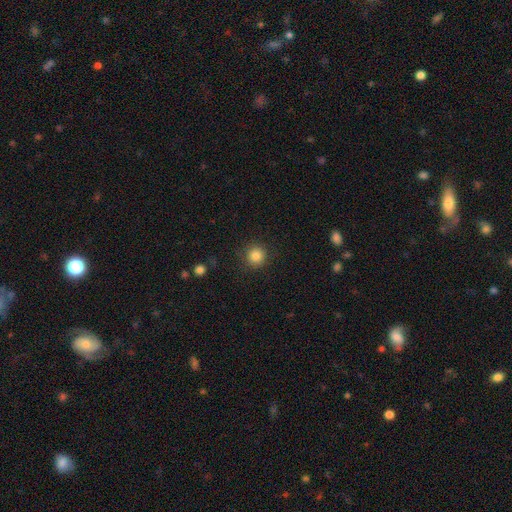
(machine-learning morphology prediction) Smooth or featured: smooth — 84% (star or artifact — 11%)
How rounded: round — 94% (in between — 5%)
Merging: none — 88% (minor disturbance — 8%)